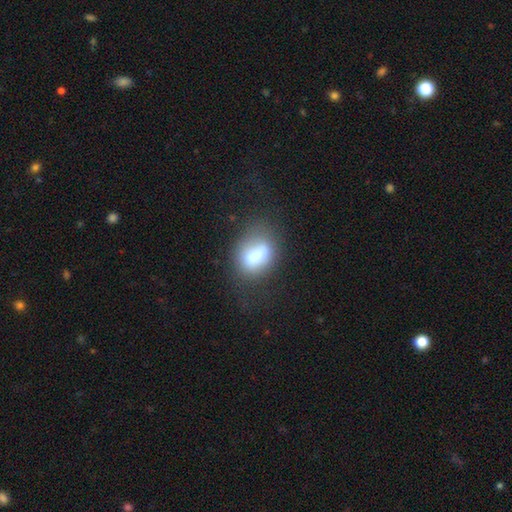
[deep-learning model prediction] The model was most divided on "merging": none: 55%, minor disturbance: 23%, major disturbance: 16%, merger: 6%. More confident: how rounded — in between (74%); smooth or featured — smooth (73%).